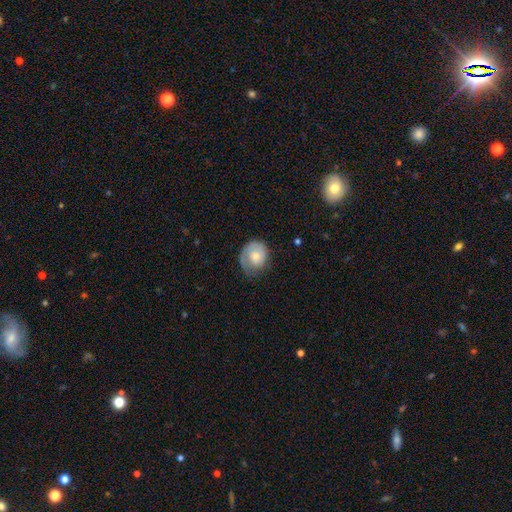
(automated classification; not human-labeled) This appears to be a smooth galaxy with no disk features (57%) that is round (70%). Merging: none (57%).